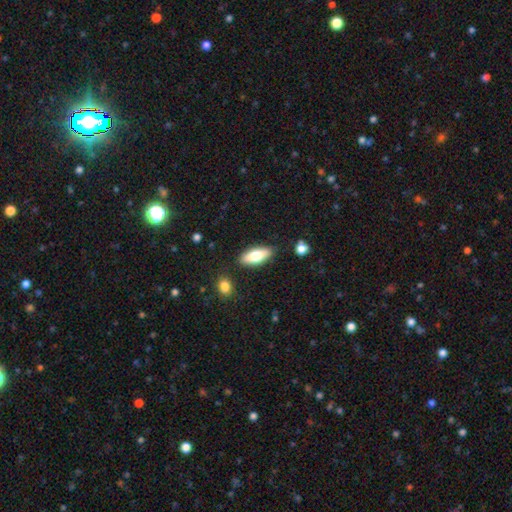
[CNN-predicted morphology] Smooth or featured: smooth — 71% (featured or disk — 23%)
How rounded: in between — 75% (cigar-shaped — 23%)
Merging: none — 84% (minor disturbance — 11%)